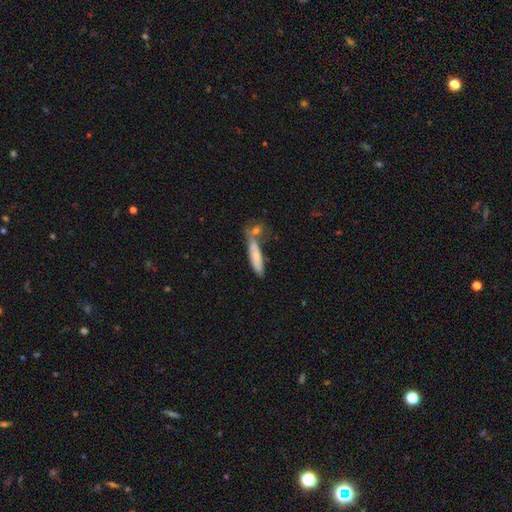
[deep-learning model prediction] The model was most divided on "merging": none: 47%, merger: 29%, minor disturbance: 18%, major disturbance: 7%. More confident: how rounded — cigar-shaped (78%); smooth or featured — smooth (67%).